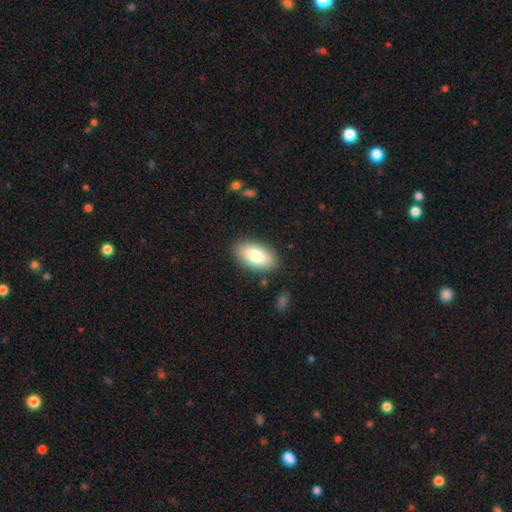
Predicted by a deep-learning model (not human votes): This is clearly a smooth galaxy (80%). How rounded: clearly in between (94%). Merging: clearly none (86%).